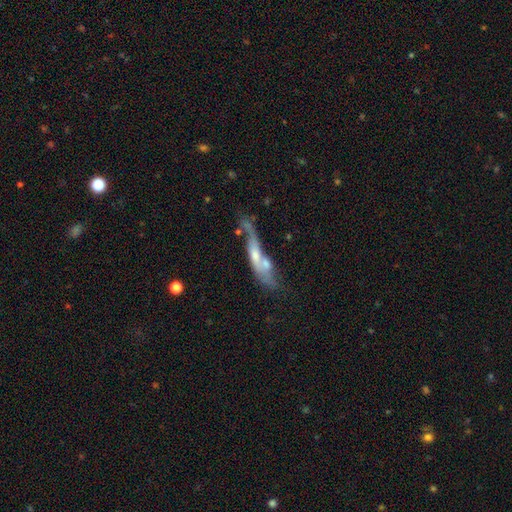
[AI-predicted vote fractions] Overall: featured or disk (58%; smooth 35%). Edge-on disk: no (55%; yes 45%). Merging: merger (35%; none 28%).